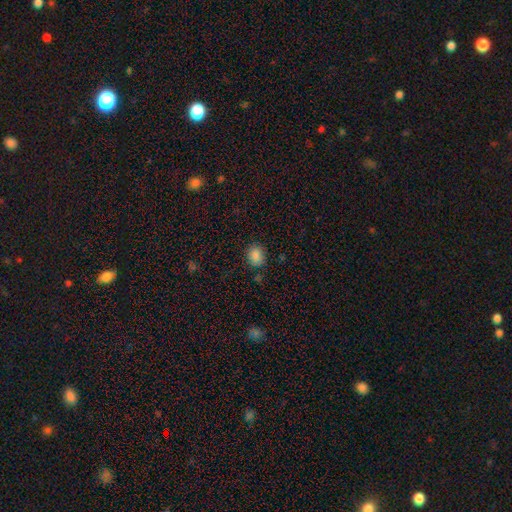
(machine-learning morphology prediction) Q: Smooth or featured?
A: smooth (85%); runner-up: star or artifact (11%)
Q: How rounded?
A: round (54%); runner-up: in between (45%)
Q: Merging?
A: none (83%); runner-up: minor disturbance (12%)